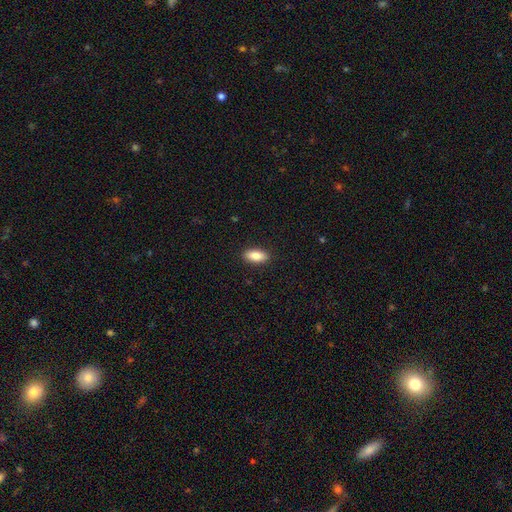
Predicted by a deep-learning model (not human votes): Overall: smooth (85%). How rounded: in between (86%). Merging: none (90%).